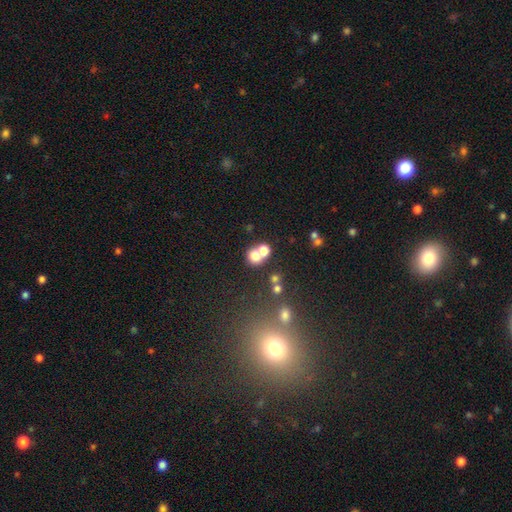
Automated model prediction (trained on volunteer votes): A smooth galaxy with no disk features (70%) that is round (77%). Merging: merger (49%).